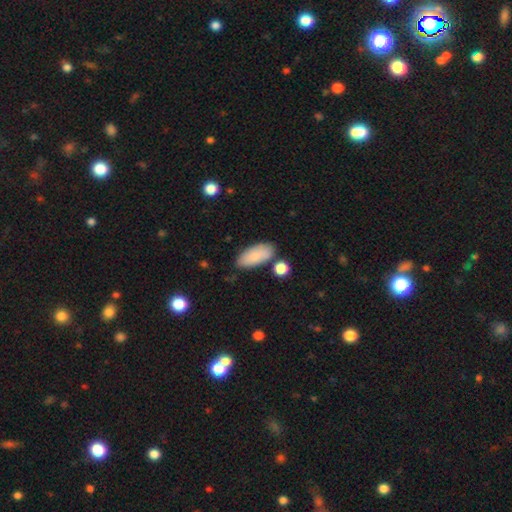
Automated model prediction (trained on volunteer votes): smooth-or-featured: smooth: 82% | featured or disk: 12% | star or artifact: 6%
  how-rounded: in between: 89% | cigar-shaped: 9% | round: 2%
  merging: none: 71% | minor disturbance: 17% | merger: 8% | major disturbance: 4%